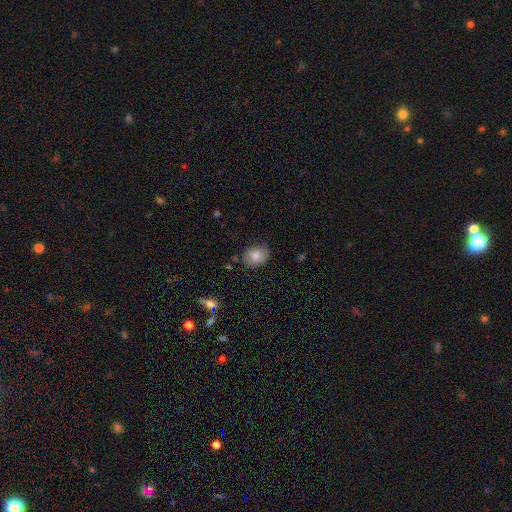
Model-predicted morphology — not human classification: The model was most divided on "how rounded": in between: 56%, round: 43%, cigar-shaped: 1%. More confident: merging — none (78%); smooth or featured — smooth (76%).